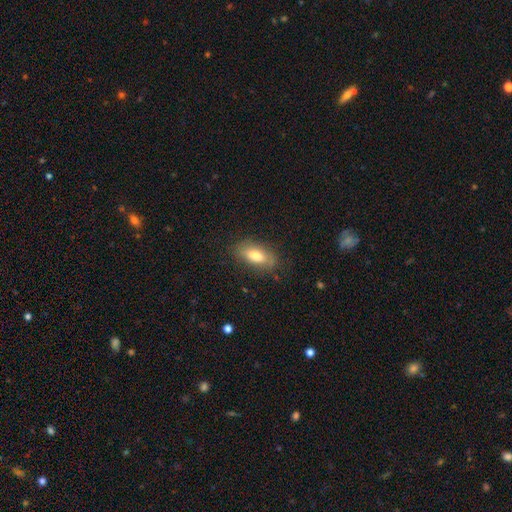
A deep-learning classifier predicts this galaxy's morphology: smooth 76%, featured or disk 17%, star or artifact 7%. Down the decision tree: how rounded — in between (86%); merging — none (80%).